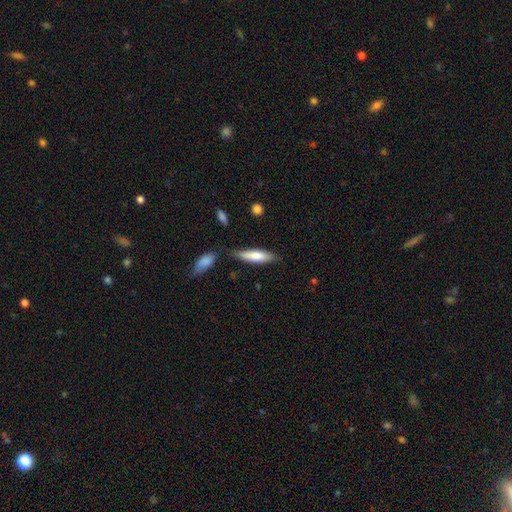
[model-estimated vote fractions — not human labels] A smooth galaxy with no disk features (76%) that is cigar-shaped (70%).

Vote fractions:
- Smooth or featured? smooth: 76% / featured or disk: 19% / star or artifact: 5%
- How rounded? cigar-shaped: 70% / in between: 29% / round: 1%
- Merging? none: 72% / minor disturbance: 16% / merger: 8% / major disturbance: 4%